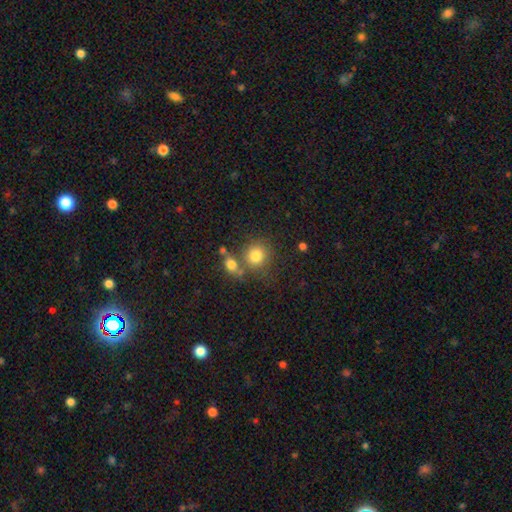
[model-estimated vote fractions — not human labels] This is likely a smooth galaxy (79%). How rounded: clearly round (86%). Merging: possibly none (59%).